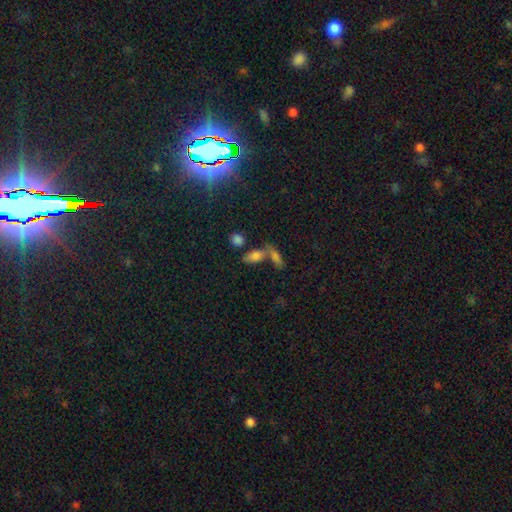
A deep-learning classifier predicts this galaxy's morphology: Smooth or featured?
  - smooth: 72% *
  - featured or disk: 16%
  - star or artifact: 13%
How rounded?
  - in between: 74% *
  - cigar-shaped: 17%
  - round: 9%
Merging?
  - merger: 45% *
  - none: 39%
  - minor disturbance: 10%
  - major disturbance: 6%